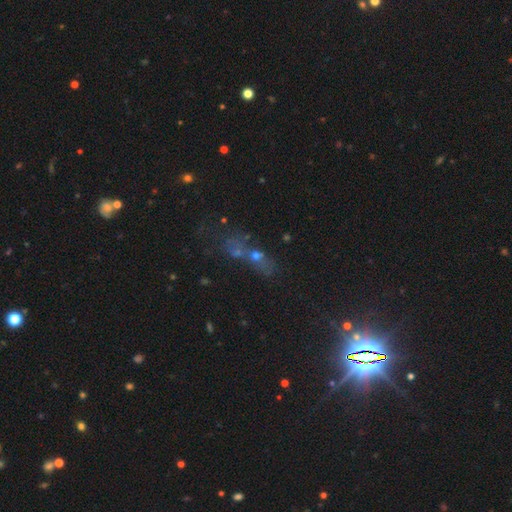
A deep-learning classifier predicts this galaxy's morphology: smooth_or_featured: star or artifact (p=0.59) [alt: smooth p=0.22]